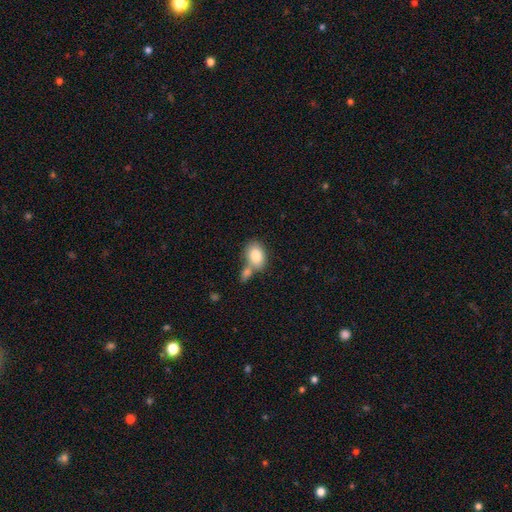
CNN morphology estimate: The model was most divided on "merging": none: 42%, merger: 41%, minor disturbance: 12%, major disturbance: 4%. More confident: smooth or featured — smooth (82%); how rounded — in between (79%).